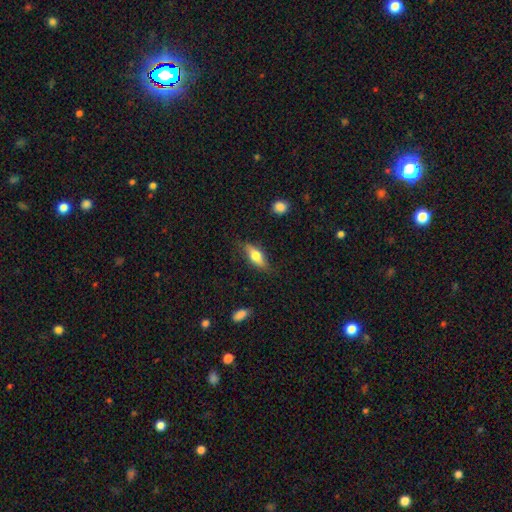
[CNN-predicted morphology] A smooth galaxy with no disk features (60%) that is in between round and cigar-shaped (63%). Merging: none (78%).